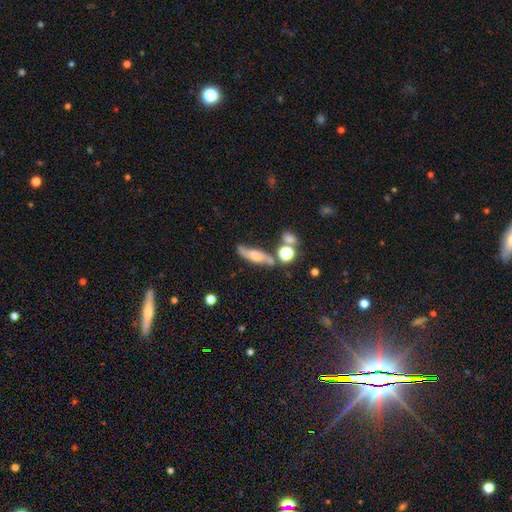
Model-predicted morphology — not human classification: Smooth or featured?
  - featured or disk: 49% *
  - smooth: 40%
  - star or artifact: 11%
Merging?
  - none: 58% *
  - minor disturbance: 21%
  - merger: 14%
  - major disturbance: 8%